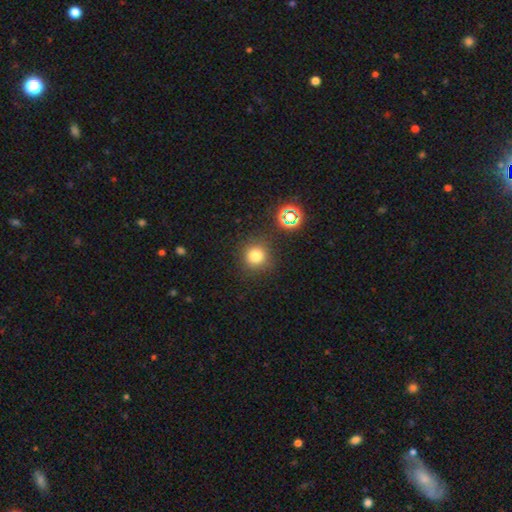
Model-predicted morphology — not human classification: Smooth or featured?
  - smooth: 76% *
  - star or artifact: 17%
  - featured or disk: 6%
How rounded?
  - round: 93% *
  - in between: 6%
  - cigar-shaped: 1%
Merging?
  - none: 86% *
  - minor disturbance: 8%
  - major disturbance: 3%
  - merger: 3%